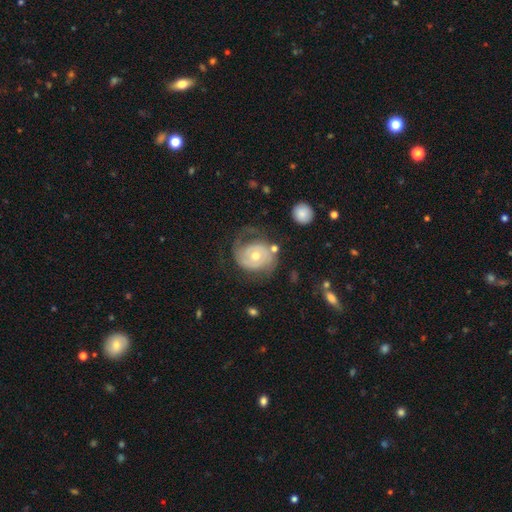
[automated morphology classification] This appears to be a featured or disk galaxy (78%) with no bar (72%), 2 (67%) tight (46%) spiral arms (91%) and a moderate central bulge (62%). Merging: none (54%).